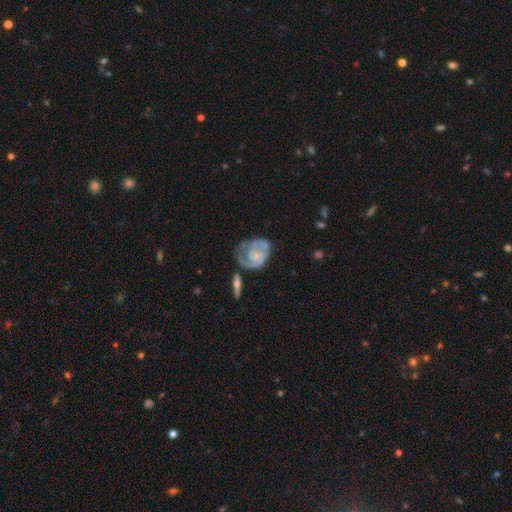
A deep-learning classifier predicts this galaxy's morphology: Q: Smooth or featured?
A: featured or disk (74%); runner-up: smooth (20%)
Q: Edge-on disk?
A: no (97%); runner-up: yes (3%)
Q: Bar?
A: no (70%); runner-up: weak (25%)
Q: Spiral arms?
A: yes (87%); runner-up: no (13%)
Q: Spiral winding?
A: tight (49%); runner-up: medium (35%)
Q: Spiral arm count?
A: 2 (45%); runner-up: 1 (26%)
Q: Bulge size?
A: small (44%); runner-up: none (35%)
Q: Merging?
A: none (45%); runner-up: minor disturbance (25%)